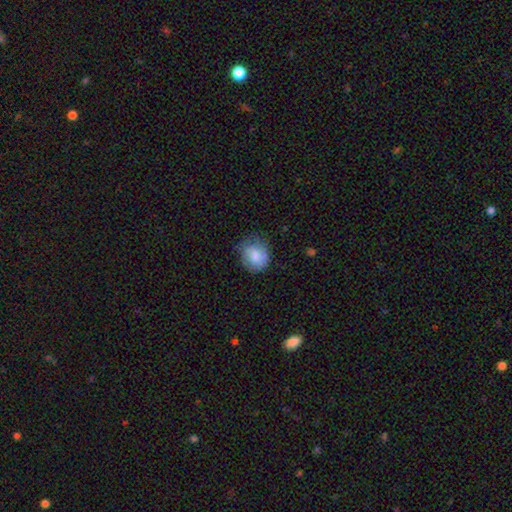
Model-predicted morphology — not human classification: Smooth or featured: smooth — 65% (featured or disk — 28%)
How rounded: round — 73% (in between — 26%)
Merging: none — 63% (minor disturbance — 27%)